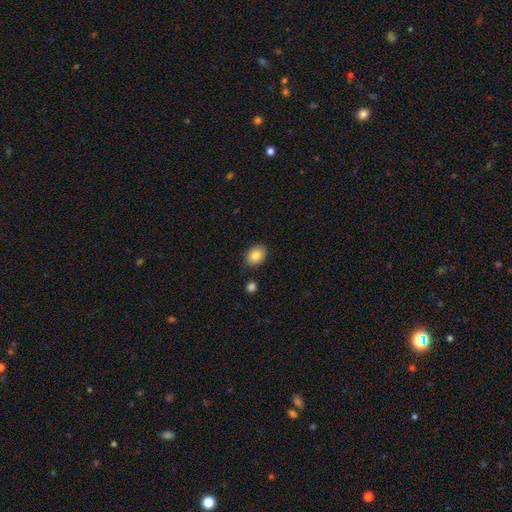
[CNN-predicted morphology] type=smooth (84%); roundness=in between (72%); merging=none (85%).